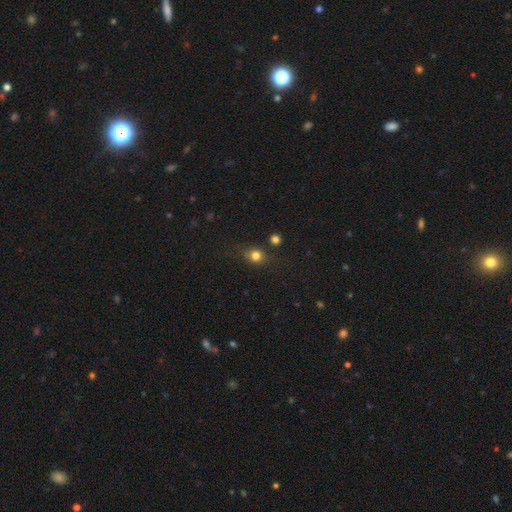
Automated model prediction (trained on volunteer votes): smooth_or_featured: smooth (p=0.76) [alt: star or artifact p=0.14]
how_rounded: round (p=0.72) [alt: in between p=0.26]
merging: none (p=0.71) [alt: minor disturbance p=0.18]